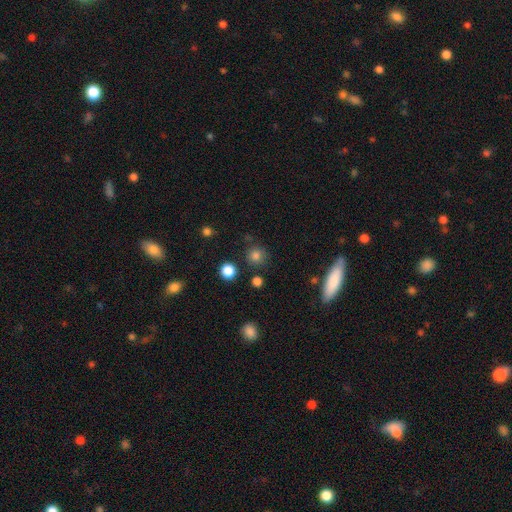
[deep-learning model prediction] A smooth galaxy with no disk features (80%) that is round (93%).

Vote fractions:
- Smooth or featured? smooth: 80% / star or artifact: 15% / featured or disk: 5%
- How rounded? round: 93% / in between: 6% / cigar-shaped: 1%
- Merging? none: 84% / minor disturbance: 8% / merger: 5% / major disturbance: 3%